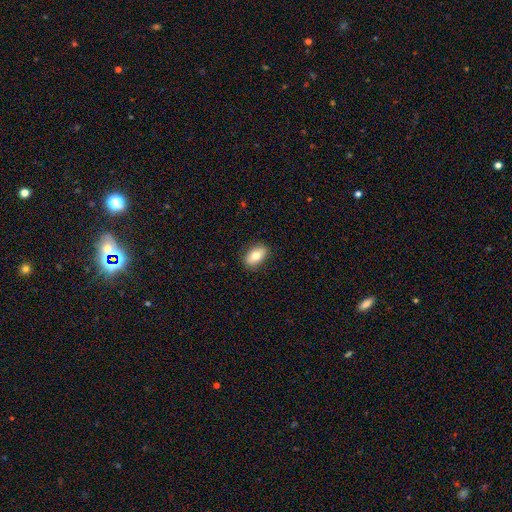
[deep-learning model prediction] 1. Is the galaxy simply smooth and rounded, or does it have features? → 76% smooth, 17% featured or disk, 7% star or artifact.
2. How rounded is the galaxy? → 88% in between, 8% round, 3% cigar-shaped.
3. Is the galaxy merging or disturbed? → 87% none, 10% minor disturbance, 2% major disturbance, 1% merger.